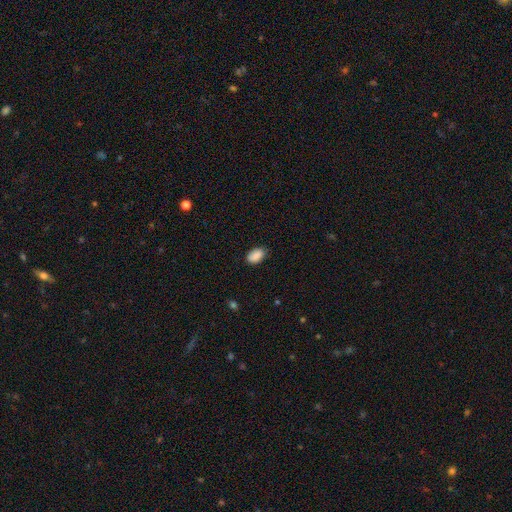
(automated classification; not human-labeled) Smooth or featured?
  - smooth: 89% *
  - star or artifact: 7%
  - featured or disk: 3%
How rounded?
  - in between: 92% *
  - round: 7%
  - cigar-shaped: 2%
Merging?
  - none: 83% *
  - minor disturbance: 13%
  - major disturbance: 3%
  - merger: 1%